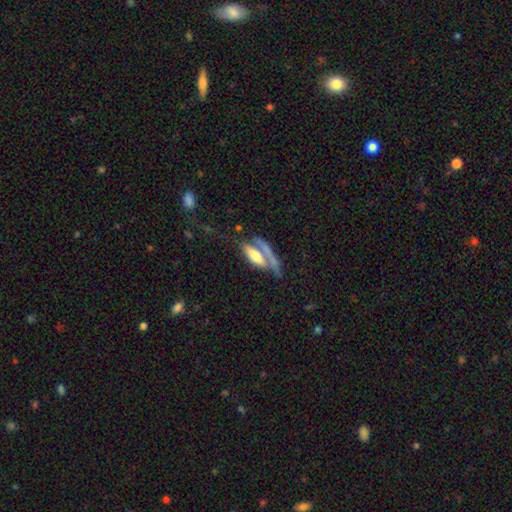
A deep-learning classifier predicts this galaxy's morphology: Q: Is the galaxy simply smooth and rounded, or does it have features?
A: smooth — 53%.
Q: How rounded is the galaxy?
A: in between — 62%.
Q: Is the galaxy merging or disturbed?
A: merger — 35%.